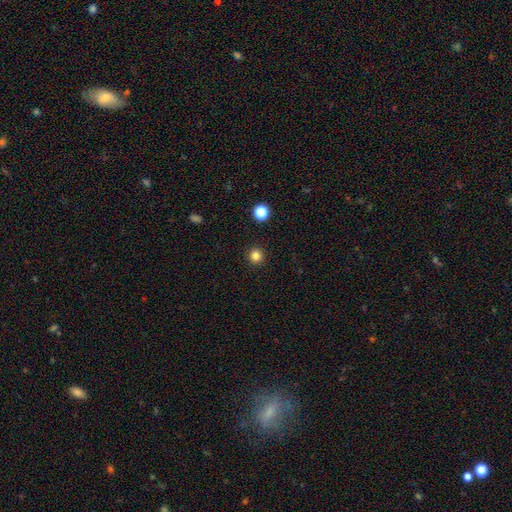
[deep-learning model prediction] A smooth galaxy with no disk features (82%) that is round (94%). Merging: none (93%).